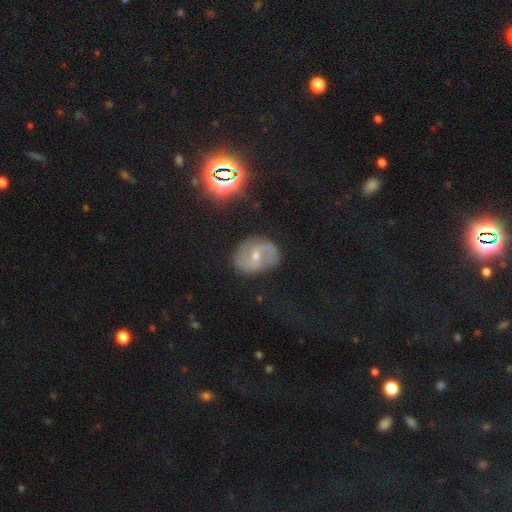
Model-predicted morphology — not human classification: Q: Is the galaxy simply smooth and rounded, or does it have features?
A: featured or disk — 76%.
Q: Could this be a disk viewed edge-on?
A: no — 97%.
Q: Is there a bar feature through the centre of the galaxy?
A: weak — 48%.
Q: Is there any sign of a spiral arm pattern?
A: yes — 91%.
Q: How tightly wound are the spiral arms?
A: medium — 46%.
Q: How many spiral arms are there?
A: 2 — 84%.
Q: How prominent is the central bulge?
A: small — 56%.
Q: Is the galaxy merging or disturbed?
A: none — 76%.